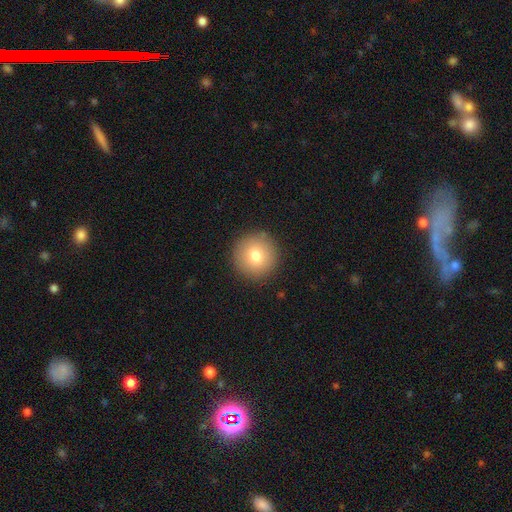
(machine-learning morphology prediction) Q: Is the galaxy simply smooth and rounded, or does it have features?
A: smooth — 78%.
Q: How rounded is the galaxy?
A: round — 95%.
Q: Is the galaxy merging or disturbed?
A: none — 90%.